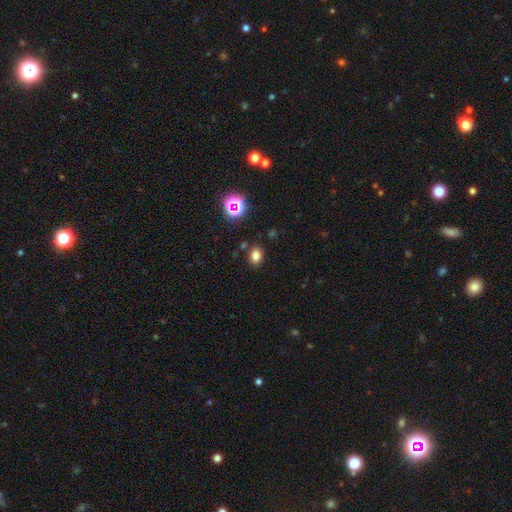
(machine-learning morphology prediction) Q: Smooth or featured?
A: smooth (78%); runner-up: star or artifact (16%)
Q: How rounded?
A: in between (67%); runner-up: round (32%)
Q: Merging?
A: none (84%); runner-up: minor disturbance (9%)